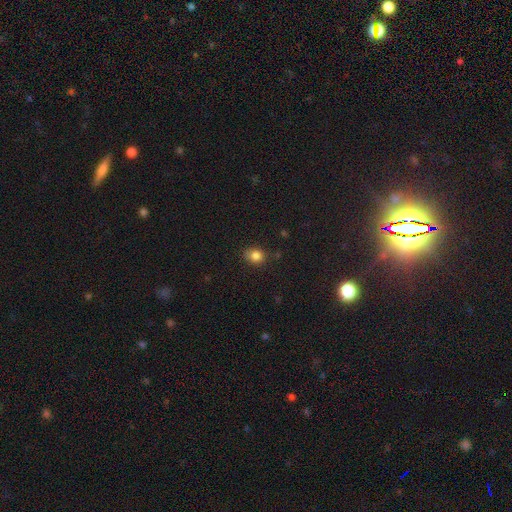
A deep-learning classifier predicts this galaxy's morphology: A smooth galaxy with no disk features (84%) that is round (63%).

Vote fractions:
- Smooth or featured? smooth: 84% / star or artifact: 11% / featured or disk: 5%
- How rounded? round: 63% / in between: 36% / cigar-shaped: 1%
- Merging? none: 76% / minor disturbance: 19% / major disturbance: 4% / merger: 2%